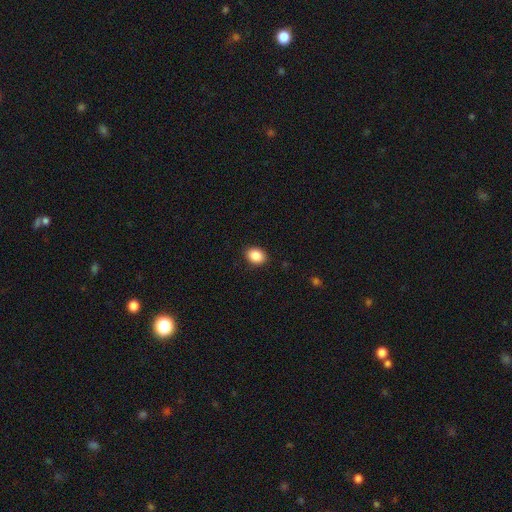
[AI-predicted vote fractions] Morphology: type=smooth (88%); roundness=in between (61%); merging=none (90%).